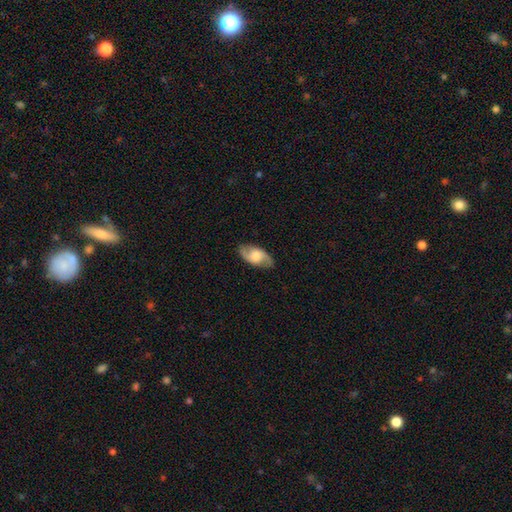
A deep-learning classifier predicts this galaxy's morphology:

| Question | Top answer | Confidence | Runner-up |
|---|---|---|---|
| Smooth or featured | featured or disk | 64% | smooth (30%) |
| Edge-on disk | no | 92% | yes (8%) |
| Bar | no | 53% | weak (38%) |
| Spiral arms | yes | 89% | no (11%) |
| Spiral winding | medium | 45% | loose (38%) |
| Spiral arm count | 2 | 90% | can't tell (5%) |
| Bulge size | moderate | 35% | large (30%) |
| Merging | none | 85% | minor disturbance (11%) |